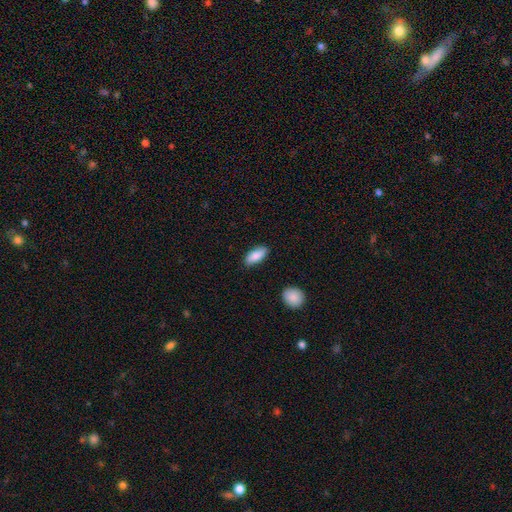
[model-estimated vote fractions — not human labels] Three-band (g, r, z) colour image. It shows a smooth galaxy with no disk features (86%) that is in between round and cigar-shaped (84%). Merging: none (85%).